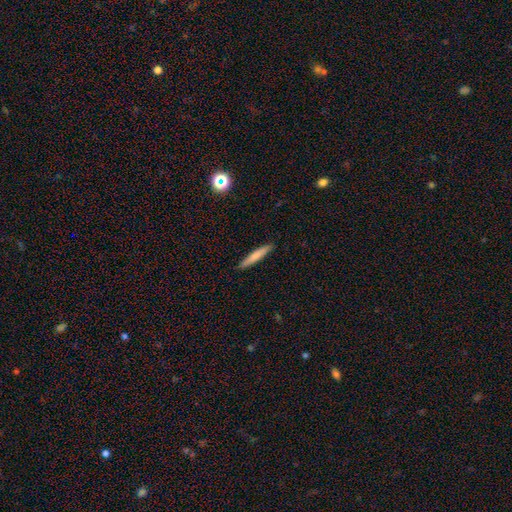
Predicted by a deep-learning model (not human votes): Q: Smooth or featured?
A: smooth (75%); runner-up: featured or disk (19%)
Q: How rounded?
A: cigar-shaped (94%); runner-up: in between (5%)
Q: Merging?
A: none (91%); runner-up: minor disturbance (7%)